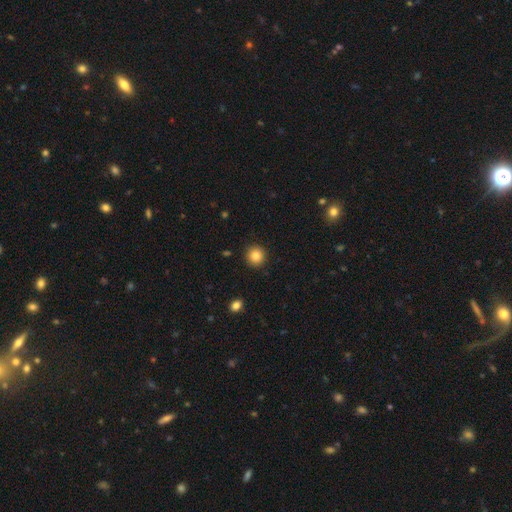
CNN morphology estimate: Smooth or featured? smooth (85%)
How rounded? round (93%)
Merging? none (92%)